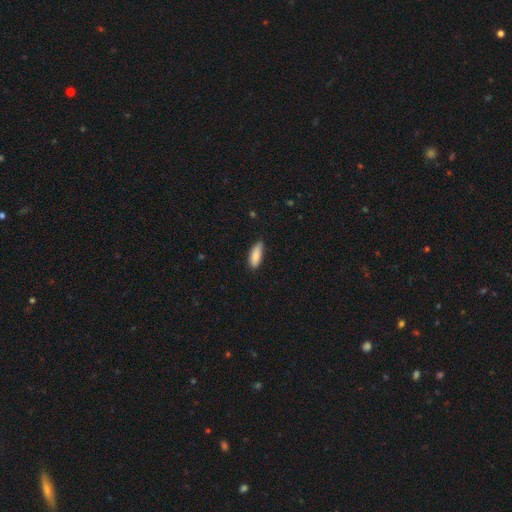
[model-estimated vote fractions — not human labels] This appears to be a smooth galaxy with no disk features (86%) that is in between round and cigar-shaped (69%). Merging: none (77%).